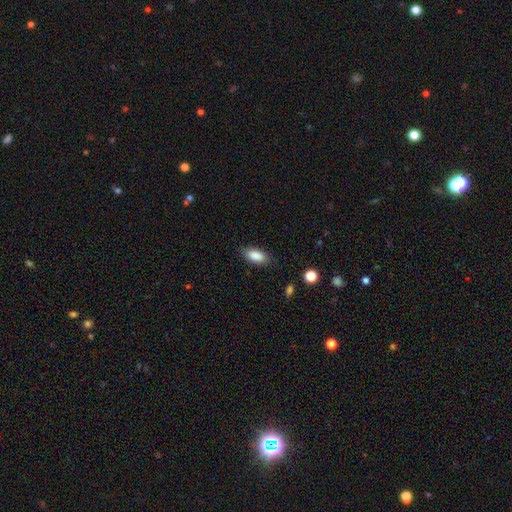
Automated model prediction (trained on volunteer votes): Smooth or featured? Predicted: smooth (p=0.88). How rounded? Predicted: in between (p=0.86). Merging? Predicted: none (p=0.83).